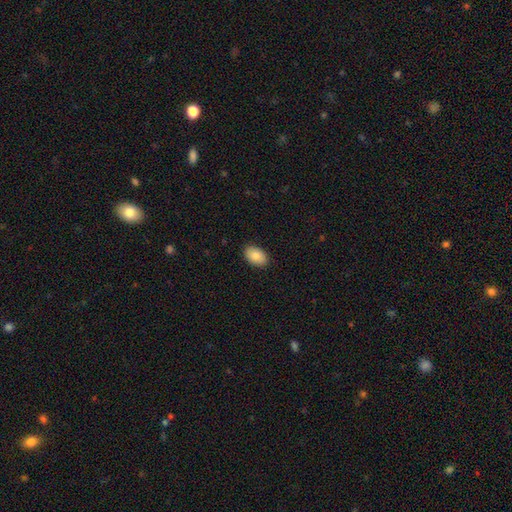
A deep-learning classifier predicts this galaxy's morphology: smooth-or-featured: smooth: 86% | featured or disk: 7% | star or artifact: 7%
  how-rounded: in between: 90% | round: 8% | cigar-shaped: 1%
  merging: none: 89% | minor disturbance: 8% | major disturbance: 2% | merger: 1%